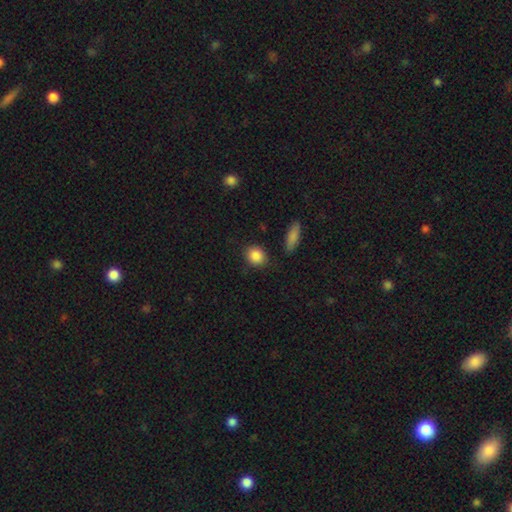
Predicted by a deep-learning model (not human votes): A smooth galaxy with no disk features (87%) that is round (68%). Merging: none (84%).